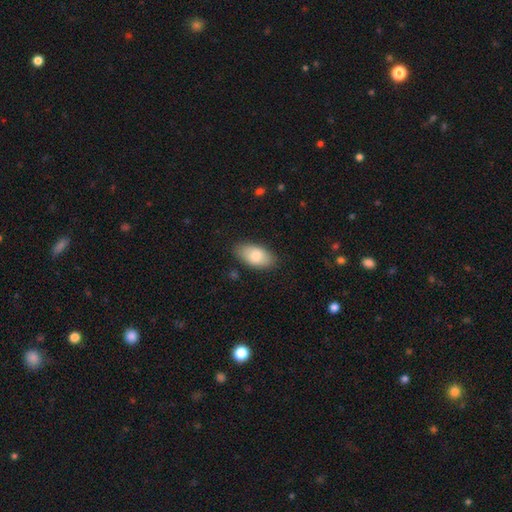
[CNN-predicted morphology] smooth-or-featured: smooth: 82% | featured or disk: 12% | star or artifact: 6%
  how-rounded: in between: 94% | round: 3% | cigar-shaped: 3%
  merging: none: 83% | minor disturbance: 13% | major disturbance: 3% | merger: 1%